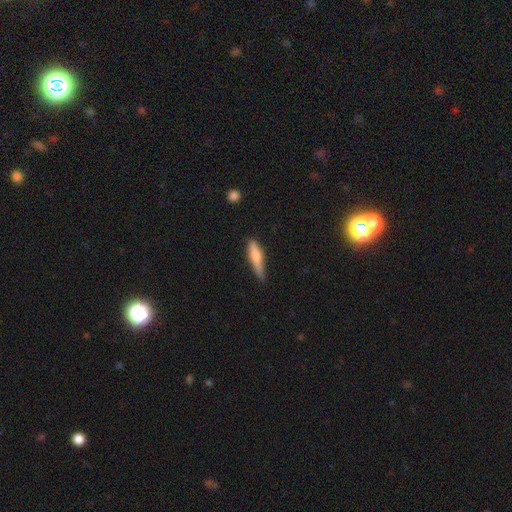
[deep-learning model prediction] smooth_or_featured: smooth (p=0.70) [alt: featured or disk p=0.24]
how_rounded: cigar-shaped (p=0.77) [alt: in between p=0.21]
merging: none (p=0.59) [alt: minor disturbance p=0.32]